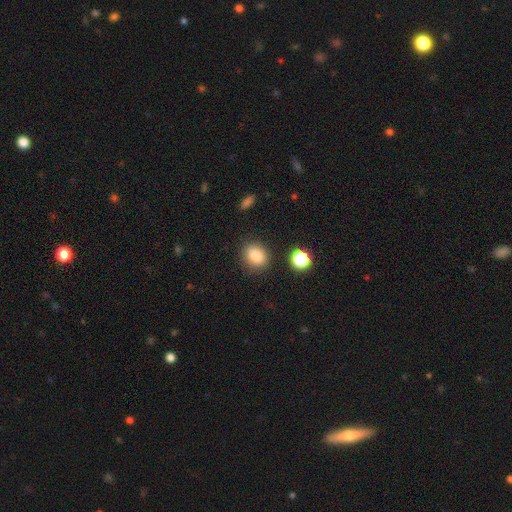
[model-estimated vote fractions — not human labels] Smooth or featured: smooth — 84% (star or artifact — 10%)
How rounded: round — 55% (in between — 43%)
Merging: none — 84% (minor disturbance — 10%)